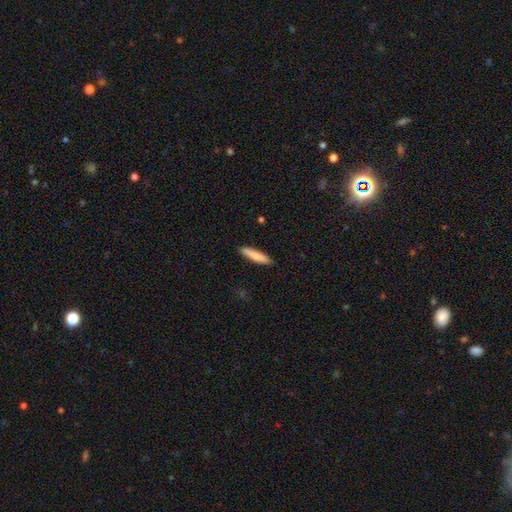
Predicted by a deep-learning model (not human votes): Smooth or featured: smooth — 82% (featured or disk — 12%)
How rounded: cigar-shaped — 86% (in between — 13%)
Merging: none — 89% (minor disturbance — 8%)